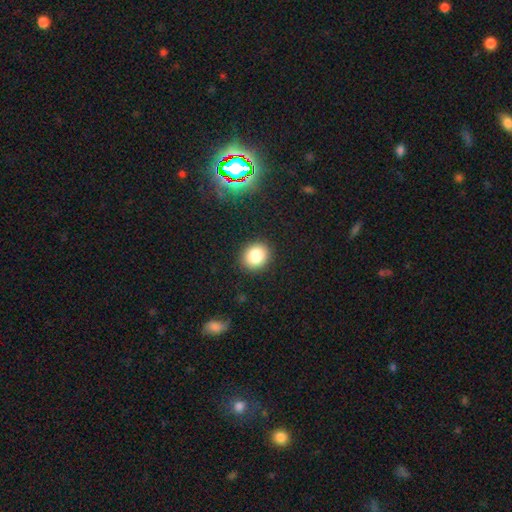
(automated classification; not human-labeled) Q: Smooth or featured?
A: smooth (82%); runner-up: star or artifact (11%)
Q: How rounded?
A: round (73%); runner-up: in between (27%)
Q: Merging?
A: none (90%); runner-up: minor disturbance (7%)